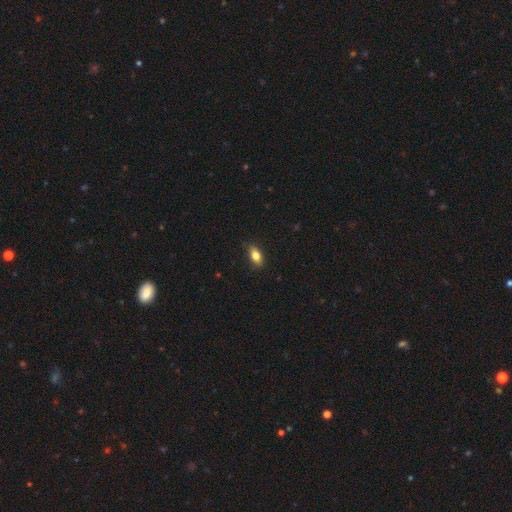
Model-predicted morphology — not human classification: Smooth or featured? smooth (81%)
How rounded? in between (85%)
Merging? none (81%)